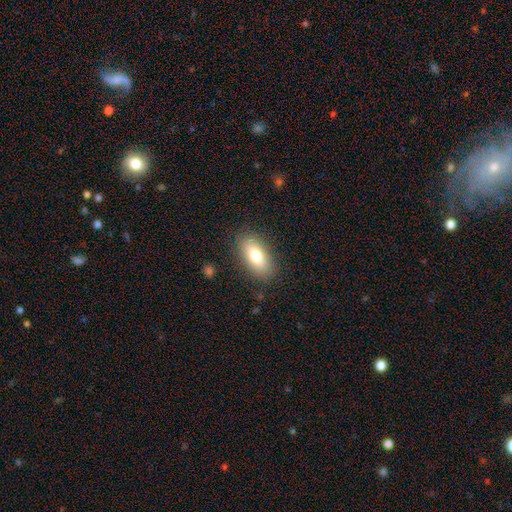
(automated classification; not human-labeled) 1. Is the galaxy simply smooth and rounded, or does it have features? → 77% smooth, 15% featured or disk, 8% star or artifact.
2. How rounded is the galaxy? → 88% in between, 8% cigar-shaped, 4% round.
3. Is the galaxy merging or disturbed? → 85% none, 10% minor disturbance, 3% major disturbance, 1% merger.